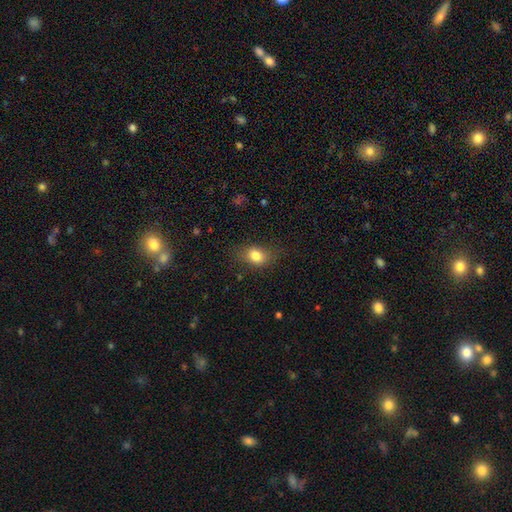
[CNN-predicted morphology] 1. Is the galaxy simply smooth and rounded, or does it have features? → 81% smooth, 10% star or artifact, 9% featured or disk.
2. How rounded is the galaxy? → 68% in between, 30% round, 2% cigar-shaped.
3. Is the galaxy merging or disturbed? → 75% none, 18% minor disturbance, 6% major disturbance, 1% merger.